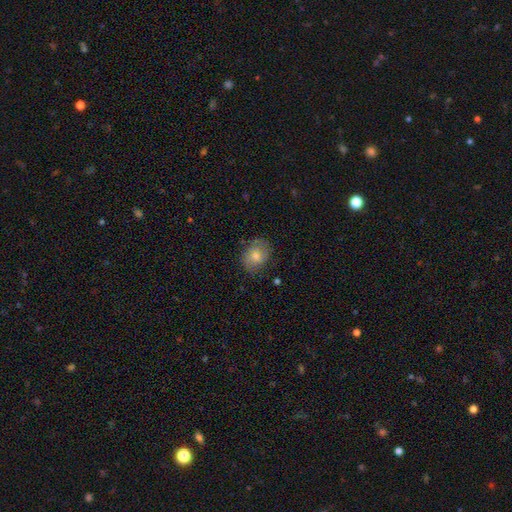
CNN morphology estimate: This appears to be a featured or disk galaxy (49%). Merging: none (76%).